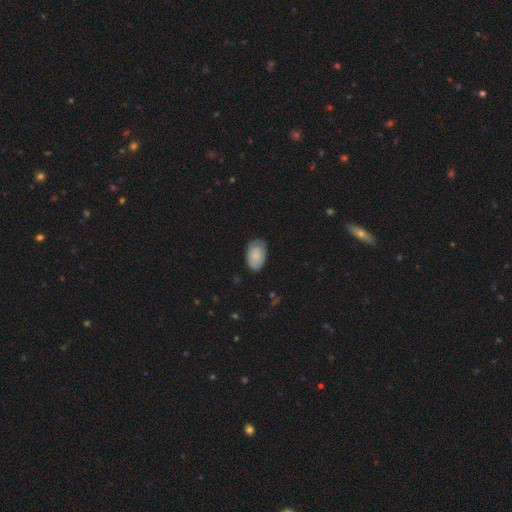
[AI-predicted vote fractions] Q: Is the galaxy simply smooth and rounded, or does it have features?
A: smooth — 81%.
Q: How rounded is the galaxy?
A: in between — 91%.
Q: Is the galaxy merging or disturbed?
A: none — 74%.